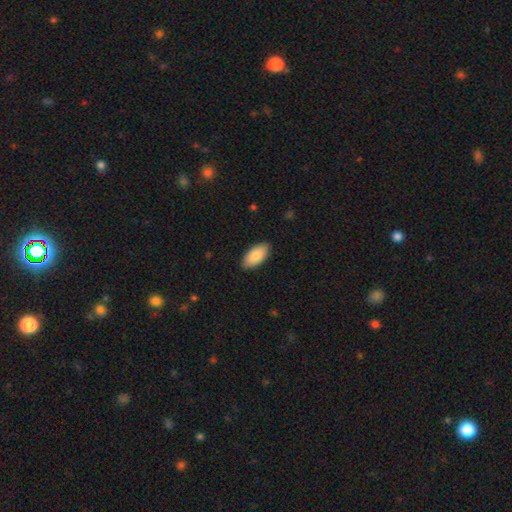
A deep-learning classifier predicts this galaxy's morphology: smooth_or_featured: smooth (p=0.88) [alt: featured or disk p=0.07]
how_rounded: in between (p=0.94) [alt: cigar-shaped p=0.04]
merging: none (p=0.89) [alt: minor disturbance p=0.09]